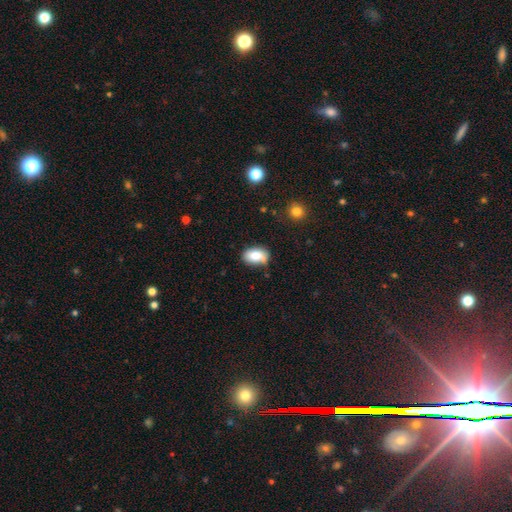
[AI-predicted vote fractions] Smooth or featured? smooth (82%)
How rounded? in between (88%)
Merging? none (66%)